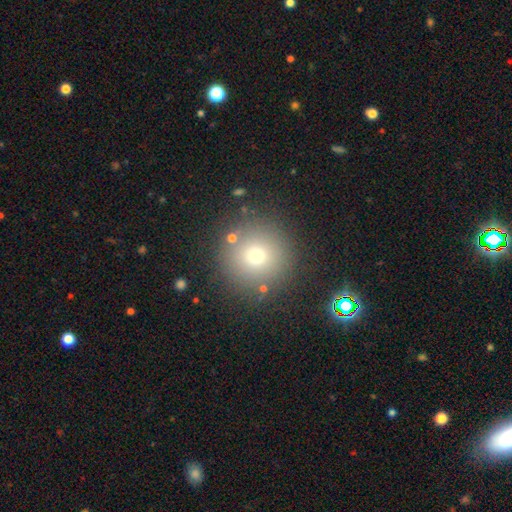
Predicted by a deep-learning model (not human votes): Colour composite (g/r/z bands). It shows a smooth galaxy with no disk features (70%) that is round (96%). Merging: none (86%).